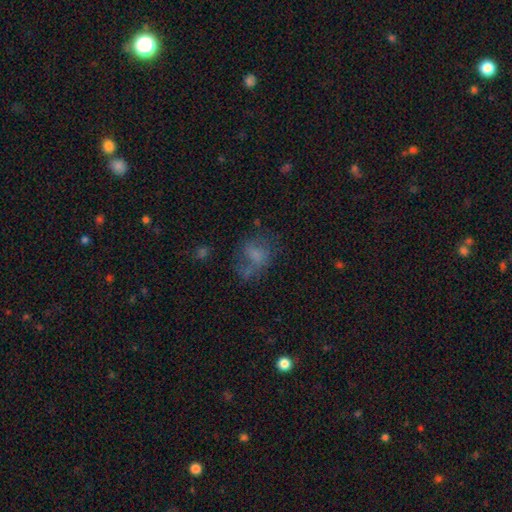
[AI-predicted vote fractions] This is possibly a smooth galaxy (54%). How rounded: possibly in between (55%). Merging: marginally none (41%).